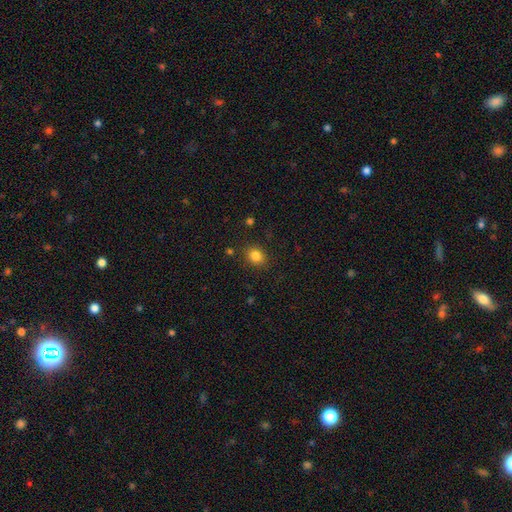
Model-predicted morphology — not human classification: smooth-or-featured: smooth: 83% | star or artifact: 11% | featured or disk: 5%
  how-rounded: round: 64% | in between: 35% | cigar-shaped: 1%
  merging: none: 86% | minor disturbance: 9% | major disturbance: 3% | merger: 2%